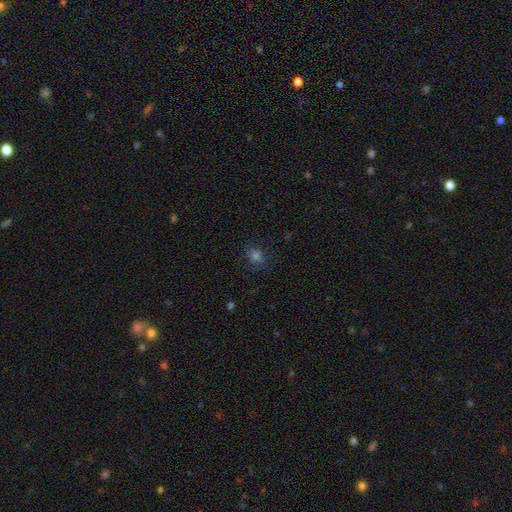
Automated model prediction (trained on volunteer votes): smooth-or-featured: smooth: 71% | star or artifact: 23% | featured or disk: 6%
  how-rounded: round: 80% | in between: 19% | cigar-shaped: 1%
  merging: none: 84% | minor disturbance: 11% | major disturbance: 4% | merger: 1%